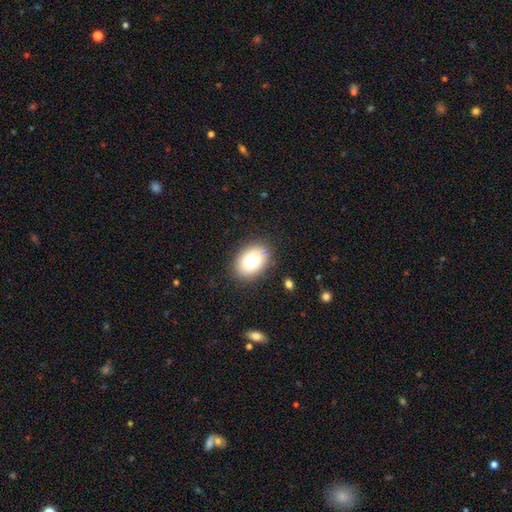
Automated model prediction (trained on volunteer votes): A smooth galaxy with no disk features (76%) that is in between round and cigar-shaped (77%).

Vote fractions:
- Smooth or featured? smooth: 76% / featured or disk: 14% / star or artifact: 9%
- How rounded? in between: 77% / round: 22% / cigar-shaped: 1%
- Merging? none: 84% / minor disturbance: 11% / major disturbance: 3% / merger: 2%